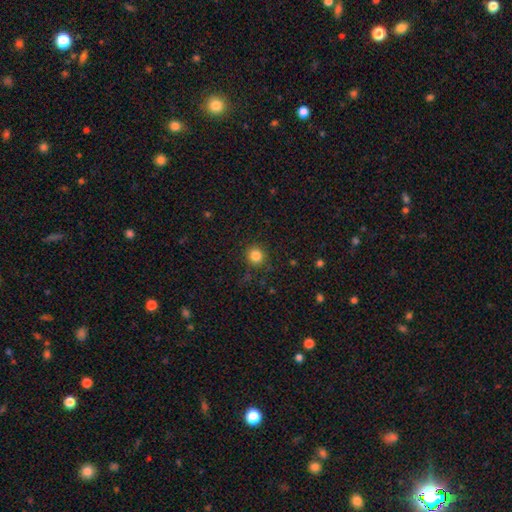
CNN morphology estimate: Q: Smooth or featured?
A: smooth (84%); runner-up: star or artifact (12%)
Q: How rounded?
A: round (92%); runner-up: in between (8%)
Q: Merging?
A: none (87%); runner-up: minor disturbance (8%)